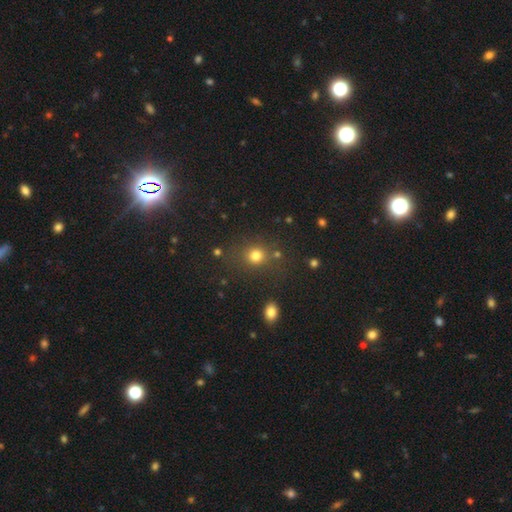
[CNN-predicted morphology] This is likely a smooth galaxy (77%). How rounded: clearly round (83%). Merging: likely none (75%).